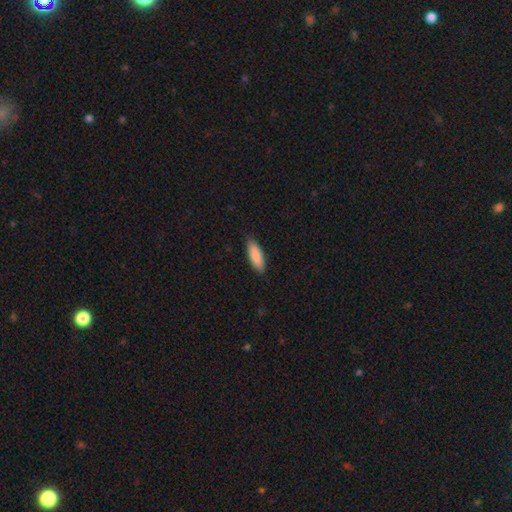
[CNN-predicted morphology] smooth_or_featured: smooth (p=0.89) [alt: featured or disk p=0.06]
how_rounded: in between (p=0.54) [alt: cigar-shaped p=0.45]
merging: none (p=0.89) [alt: minor disturbance p=0.09]